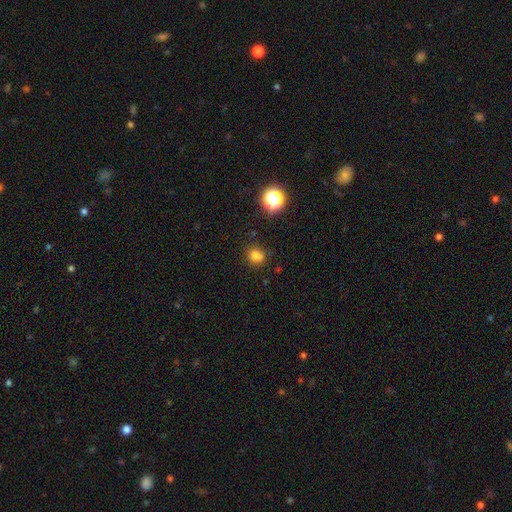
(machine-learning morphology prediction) A smooth galaxy with no disk features (75%) that is round (78%). Merging: none (67%).